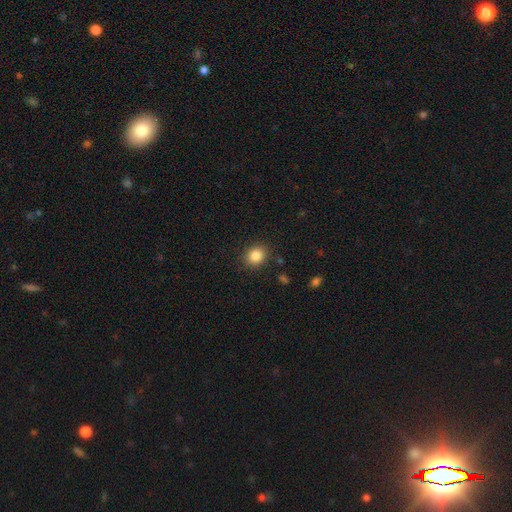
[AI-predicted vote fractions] Smooth or featured? Predicted: smooth (p=0.85). How rounded? Predicted: round (p=0.70). Merging? Predicted: none (p=0.88).